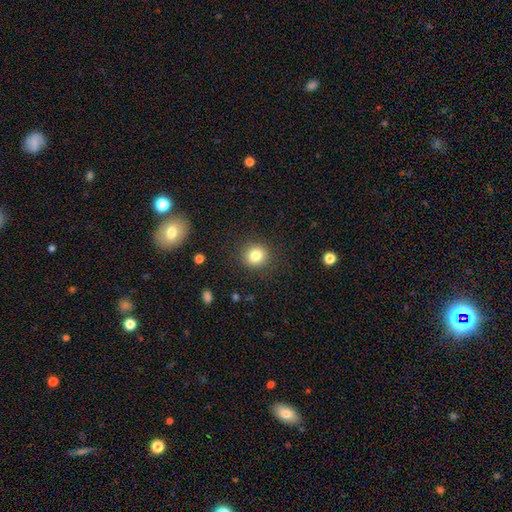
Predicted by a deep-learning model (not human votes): Smooth or featured? Predicted: smooth (p=0.82). How rounded? Predicted: round (p=0.86). Merging? Predicted: none (p=0.89).